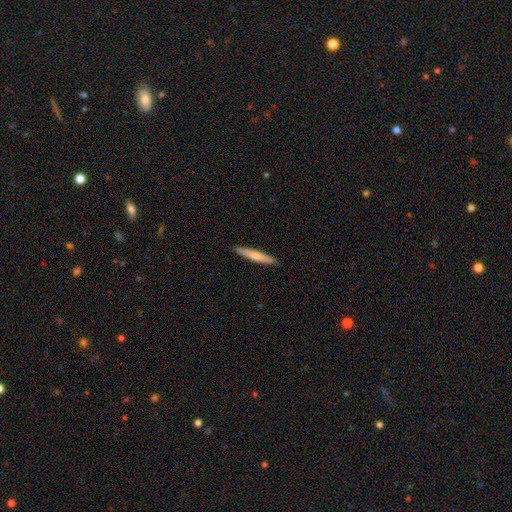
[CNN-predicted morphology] Smooth or featured? Predicted: smooth (p=0.68). How rounded? Predicted: cigar-shaped (p=0.93). Merging? Predicted: none (p=0.91).